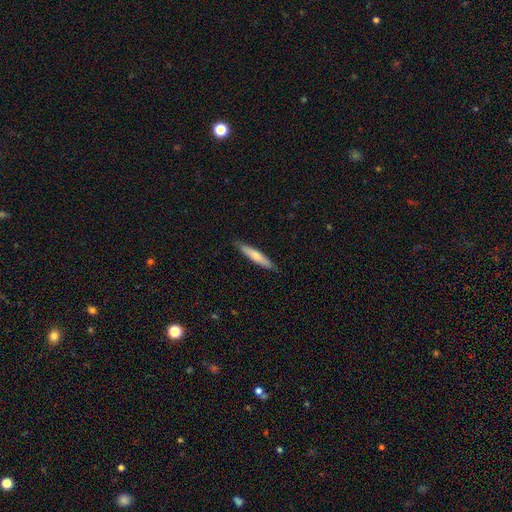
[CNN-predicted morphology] Smooth or featured? smooth (69%)
How rounded? cigar-shaped (90%)
Merging? none (86%)